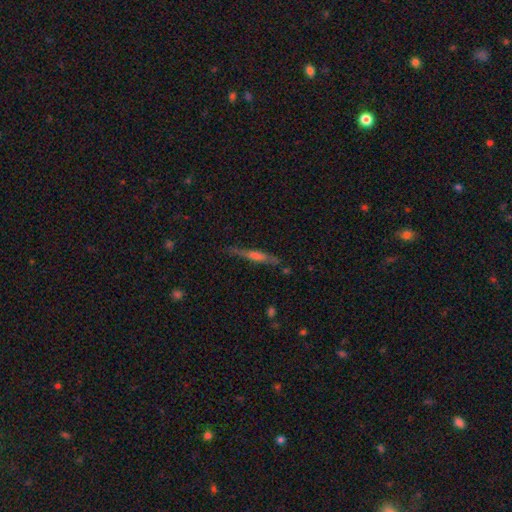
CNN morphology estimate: A featured or disk galaxy (62%) viewed edge-on (96%) with a rounded central bulge (58%). Merging: none (82%).